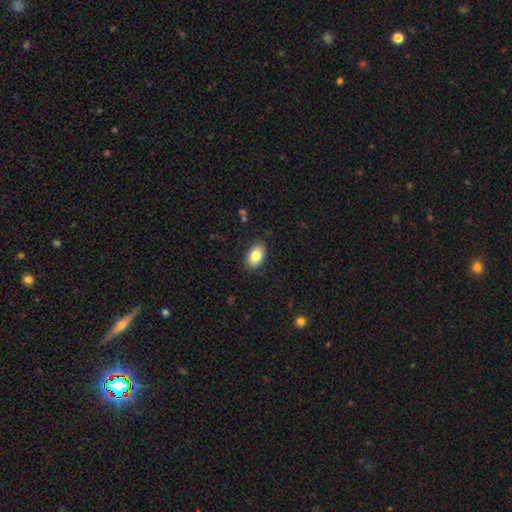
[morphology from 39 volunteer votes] Volunteers were most divided on "merging": none: 84%, minor disturbance: 14%, major disturbance: 3%, merger: 0%. More confident: how rounded — in between (94%); smooth or featured — smooth (87%).